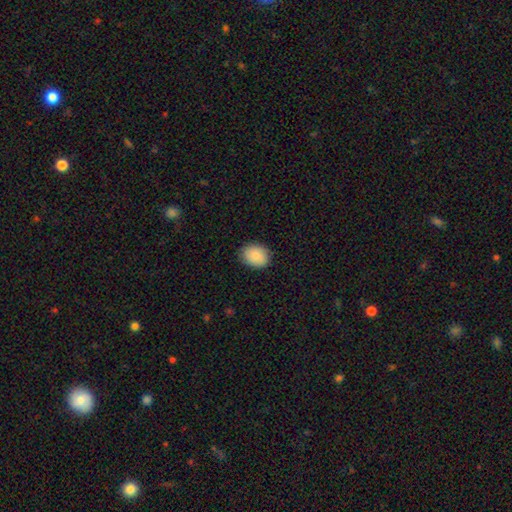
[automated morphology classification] Smooth or featured?
  - smooth: 87% *
  - star or artifact: 7%
  - featured or disk: 6%
How rounded?
  - in between: 56% *
  - round: 43%
  - cigar-shaped: 1%
Merging?
  - none: 88% *
  - minor disturbance: 9%
  - major disturbance: 2%
  - merger: 1%